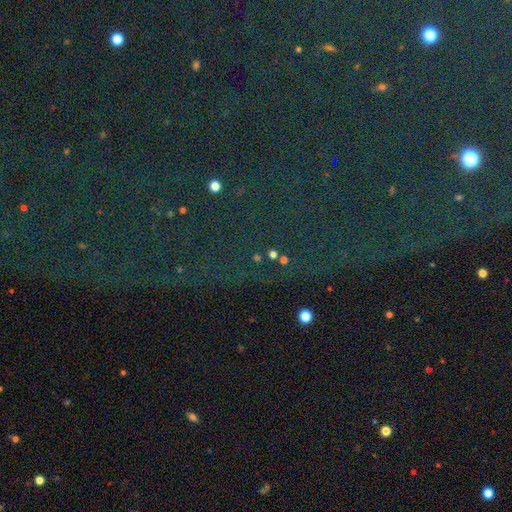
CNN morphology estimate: This is clearly a star or artifact rather than a galaxy (85%).